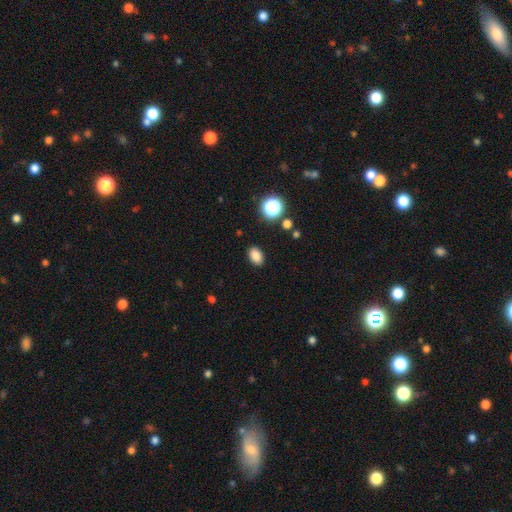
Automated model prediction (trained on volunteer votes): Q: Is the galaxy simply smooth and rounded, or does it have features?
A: smooth — 84%.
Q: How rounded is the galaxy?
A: in between — 82%.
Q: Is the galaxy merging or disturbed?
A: none — 88%.